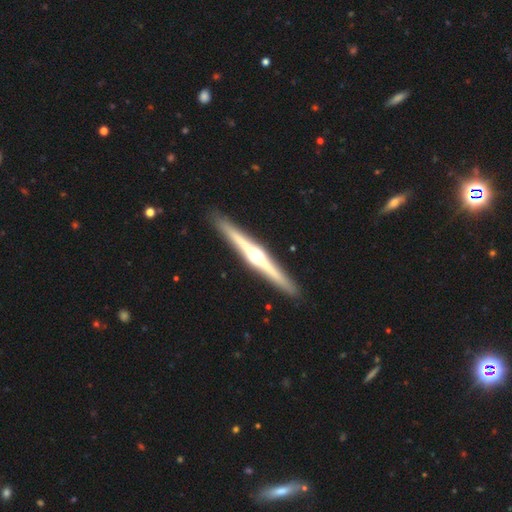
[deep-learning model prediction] smooth_or_featured: featured or disk (p=0.82) [alt: smooth p=0.13]
disk_edge_on: yes (p=0.99) [alt: no p=0.01]
edge_on_bulge: rounded (p=0.93) [alt: boxy p=0.04]
merging: none (p=0.92) [alt: minor disturbance p=0.05]